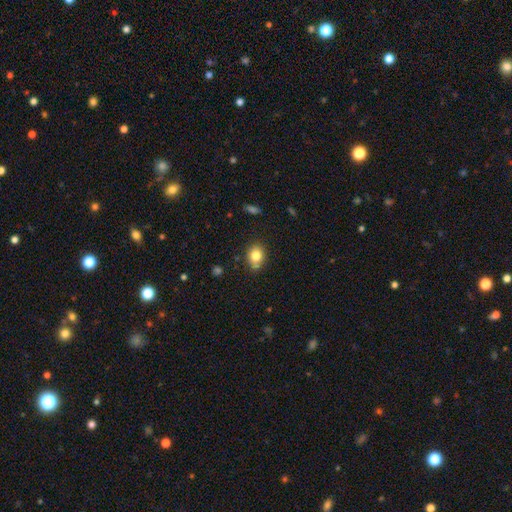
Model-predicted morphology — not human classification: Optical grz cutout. It shows a smooth galaxy with no disk features (80%) that is round (52%). Merging: none (72%).